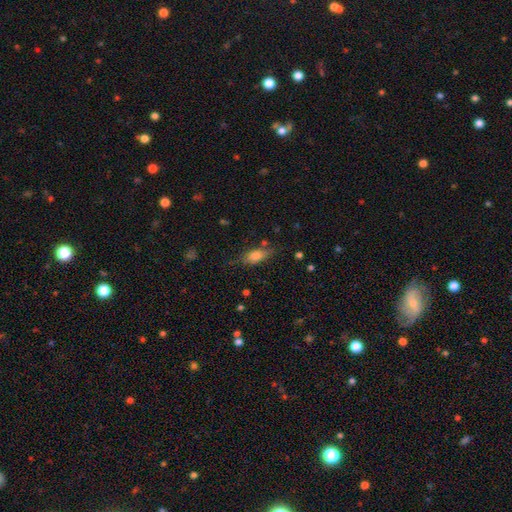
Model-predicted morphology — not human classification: Overall: smooth (77%). How rounded: in between (80%). Merging: none (65%).